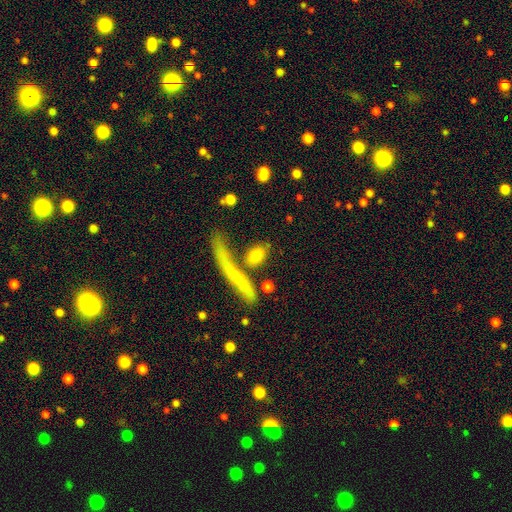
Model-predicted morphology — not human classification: Overall: smooth (75%). How rounded: in between (62%). Merging: none (58%; merger 20%).